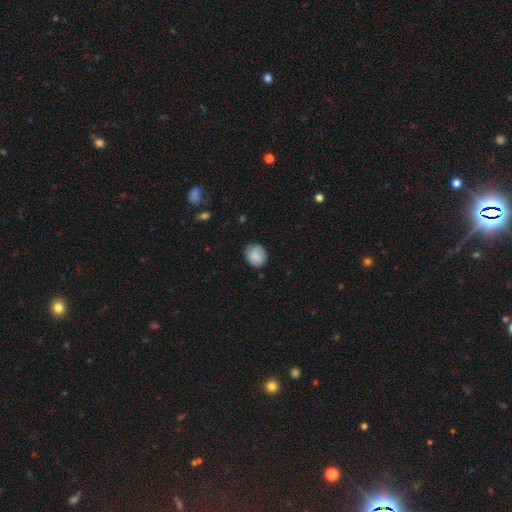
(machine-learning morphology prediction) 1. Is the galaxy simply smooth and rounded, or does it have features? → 86% smooth, 8% featured or disk, 7% star or artifact.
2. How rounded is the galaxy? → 71% round, 28% in between, 1% cigar-shaped.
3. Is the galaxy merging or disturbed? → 79% none, 17% minor disturbance, 3% major disturbance, 1% merger.